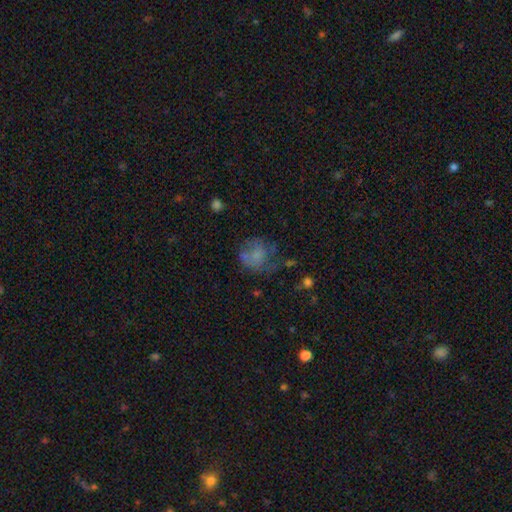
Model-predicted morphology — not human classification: Overall: smooth (56%; featured or disk 31%). How rounded: round (71%). Merging: none (40%; major disturbance 29%).